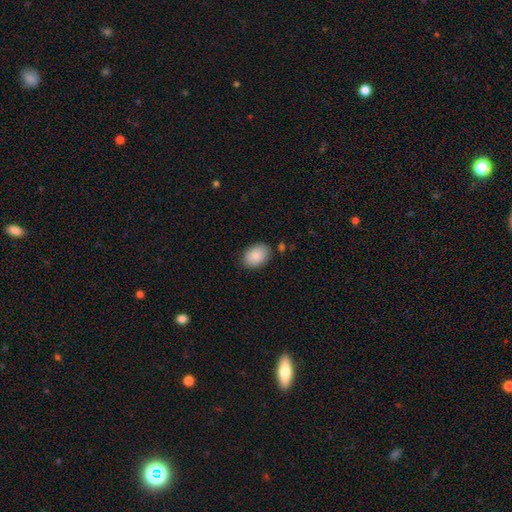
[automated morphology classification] Smooth or featured? Predicted: smooth (p=0.88). How rounded? Predicted: in between (p=0.83). Merging? Predicted: none (p=0.84).